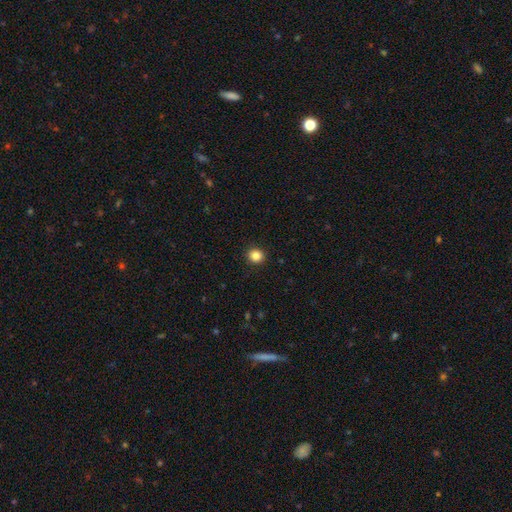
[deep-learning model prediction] Smooth or featured?
  - smooth: 86% *
  - star or artifact: 11%
  - featured or disk: 4%
How rounded?
  - round: 85% *
  - in between: 14%
  - cigar-shaped: 1%
Merging?
  - none: 92% *
  - minor disturbance: 6%
  - major disturbance: 2%
  - merger: 1%